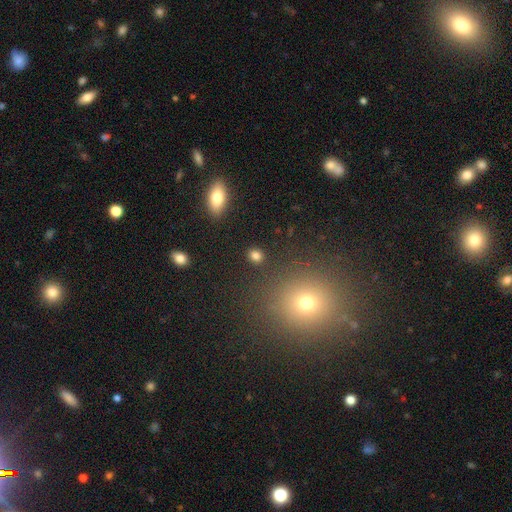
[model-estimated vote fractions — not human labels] A smooth galaxy with no disk features (82%) that is round (71%).

Vote fractions:
- Smooth or featured? smooth: 82% / star or artifact: 13% / featured or disk: 5%
- How rounded? round: 71% / in between: 27% / cigar-shaped: 2%
- Merging? none: 86% / minor disturbance: 7% / merger: 4% / major disturbance: 3%